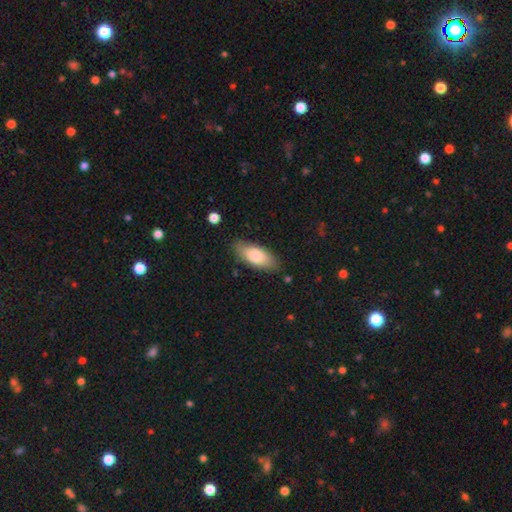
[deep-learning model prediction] The model was most divided on "smooth or featured": smooth: 78%, featured or disk: 16%, star or artifact: 6%. More confident: how rounded — in between (85%); merging — none (82%).